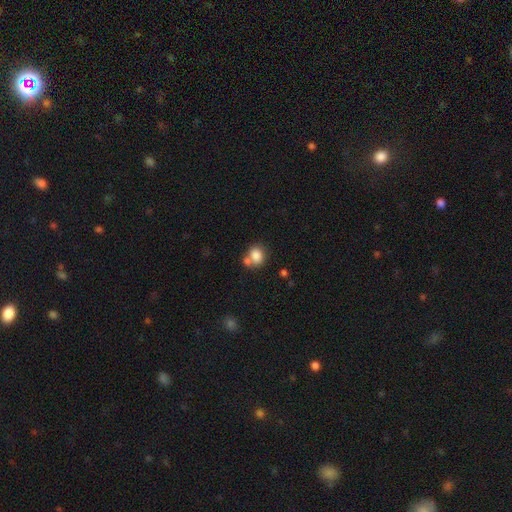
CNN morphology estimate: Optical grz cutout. It shows a smooth galaxy with no disk features (83%) that is round (61%). Merging: none (49%).